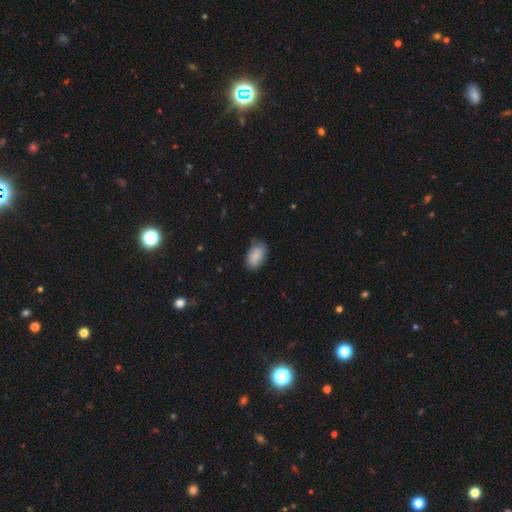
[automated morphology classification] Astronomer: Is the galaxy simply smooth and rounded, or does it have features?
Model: smooth — 88%.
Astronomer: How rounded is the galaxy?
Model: in between — 93%.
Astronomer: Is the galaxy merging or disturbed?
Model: none — 75%.